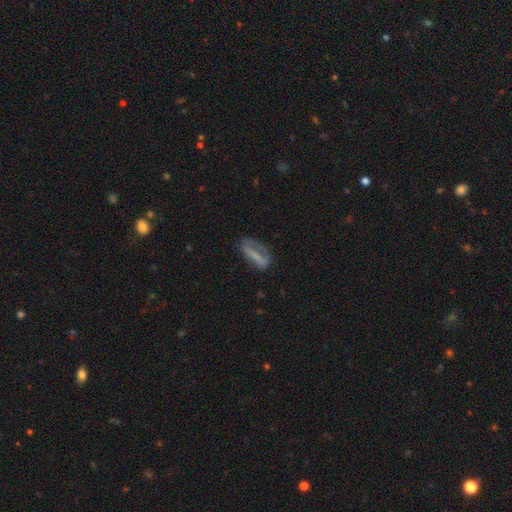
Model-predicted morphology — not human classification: A smooth galaxy with no disk features (51%) that is in between round and cigar-shaped (56%). Merging: none (53%).